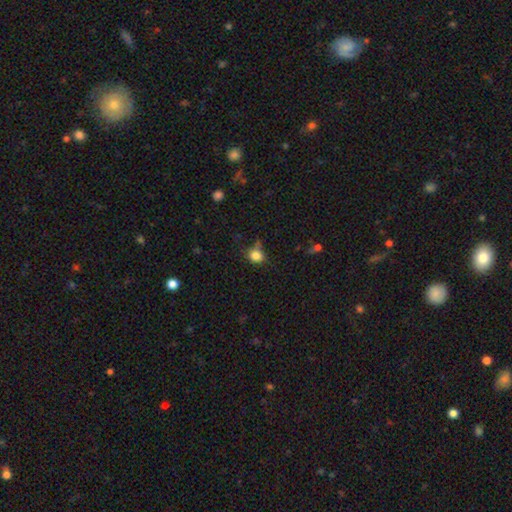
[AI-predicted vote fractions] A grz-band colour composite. It shows a smooth galaxy with no disk features (83%) that is round (66%). Merging: none (66%).